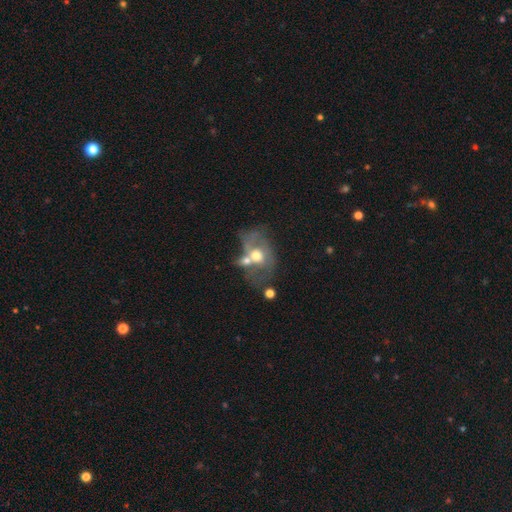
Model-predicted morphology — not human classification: Smooth or featured? featured or disk (51%)
Edge-on disk? no (95%)
Merging? merger (51%)